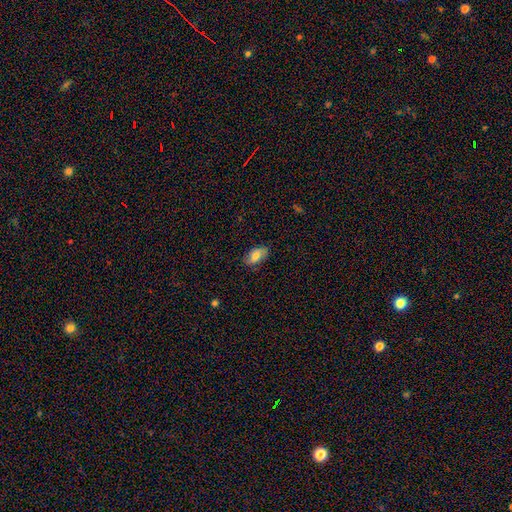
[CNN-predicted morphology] smooth-or-featured: smooth: 69% | featured or disk: 23% | star or artifact: 8%
  how-rounded: in between: 91% | round: 5% | cigar-shaped: 4%
  merging: none: 78% | minor disturbance: 17% | major disturbance: 4% | merger: 1%